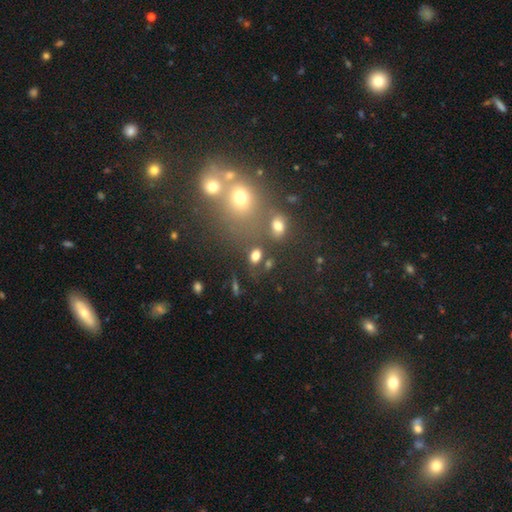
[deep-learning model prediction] Overall: smooth (75%). How rounded: in between (72%). Merging: none (65%).